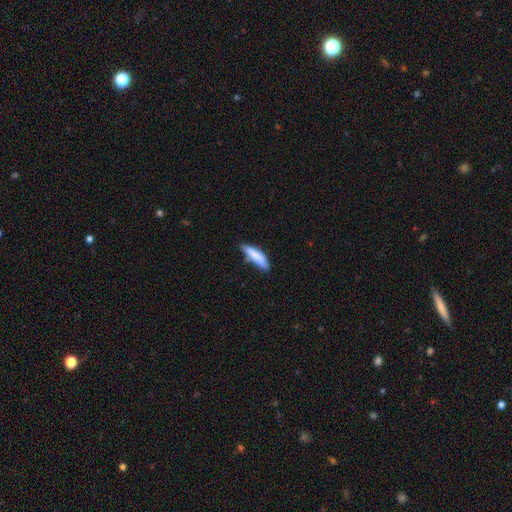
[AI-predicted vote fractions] Smooth or featured?
  - smooth: 79% *
  - featured or disk: 14%
  - star or artifact: 6%
How rounded?
  - cigar-shaped: 71% *
  - in between: 27%
  - round: 1%
Merging?
  - none: 63% *
  - minor disturbance: 27%
  - major disturbance: 6%
  - merger: 4%